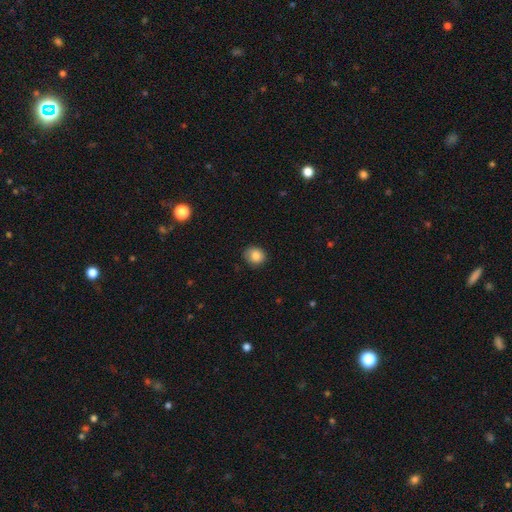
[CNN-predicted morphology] The model was most divided on "how rounded": round: 71%, in between: 28%, cigar-shaped: 1%. More confident: smooth or featured — smooth (86%); merging — none (81%).